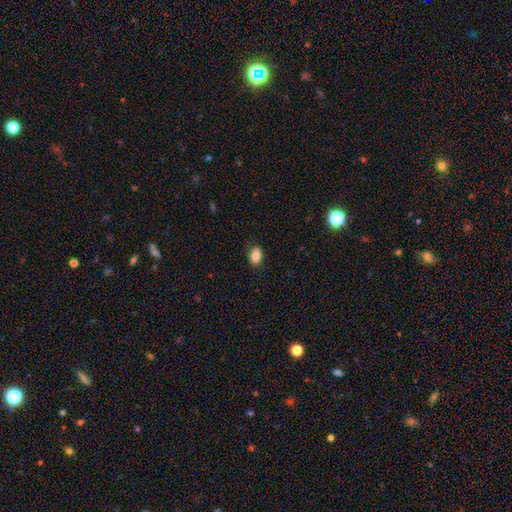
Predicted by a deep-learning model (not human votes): This is clearly a smooth galaxy (85%). How rounded: clearly in between (81%). Merging: clearly none (86%).